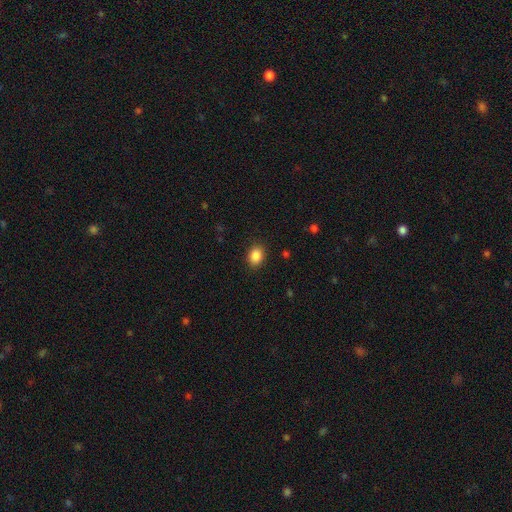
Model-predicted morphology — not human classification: Overall: smooth (87%). How rounded: in between (60%; round 39%). Merging: none (88%).